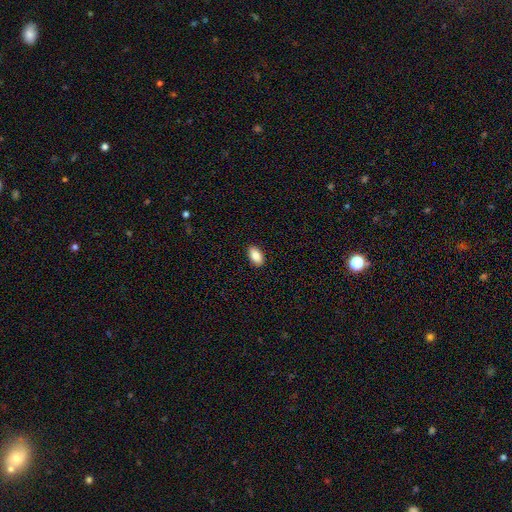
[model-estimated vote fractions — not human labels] Morphology: type=smooth (87%); roundness=in between (93%); merging=none (90%).